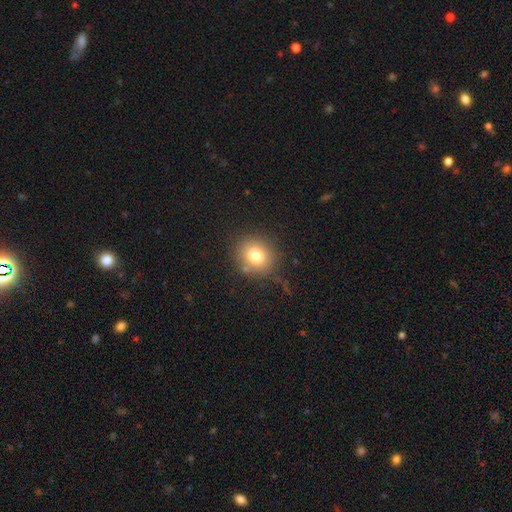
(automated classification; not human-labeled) smooth_or_featured: smooth (p=0.77) [alt: star or artifact p=0.13]
how_rounded: round (p=0.81) [alt: in between p=0.18]
merging: none (p=0.82) [alt: minor disturbance p=0.10]